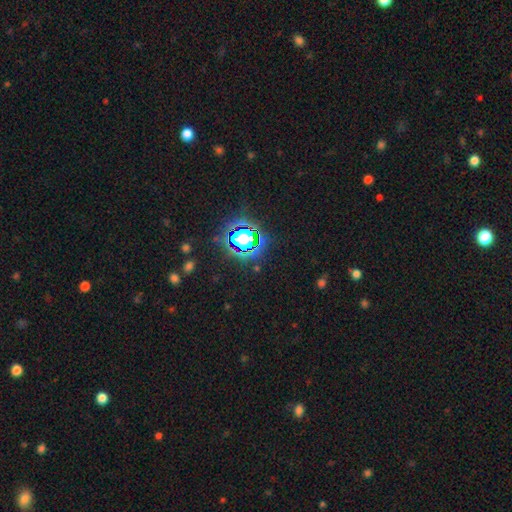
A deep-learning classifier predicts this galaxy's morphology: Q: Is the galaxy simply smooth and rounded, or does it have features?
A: star or artifact — 84%.